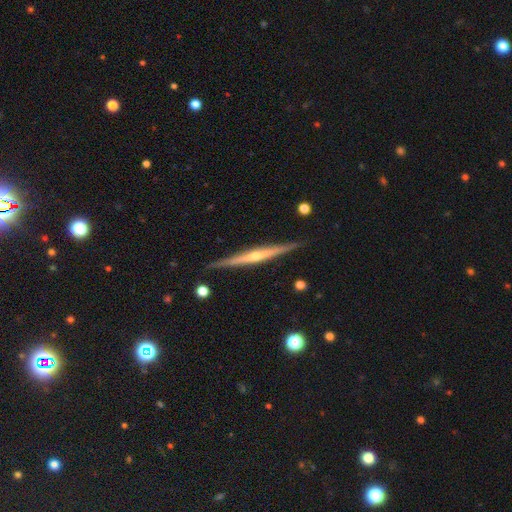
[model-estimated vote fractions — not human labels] Overall: featured or disk (78%). Edge-on disk: yes (98%). Edge-on bulge: rounded (69%). Merging: none (89%).